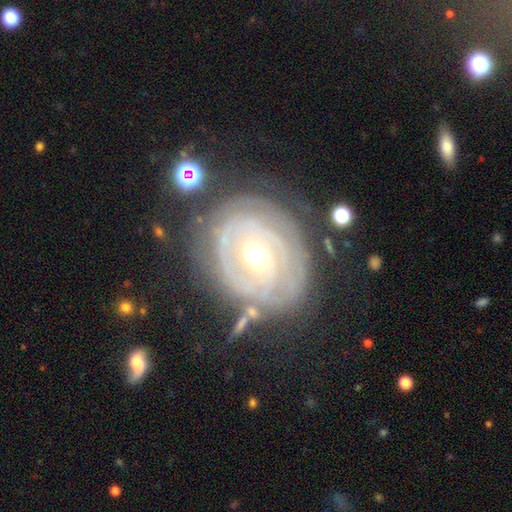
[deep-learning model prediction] This is clearly a featured or disk galaxy (82%). It is clearly not viewed edge-on (96%). Bar: possibly no (50%). Spiral arm pattern: likely yes (78%). Spiral arm count: possibly can't tell (48%). Spiral winding: clearly tight (81%). Central bulge: likely moderate (71%). Merging: likely none (71%).